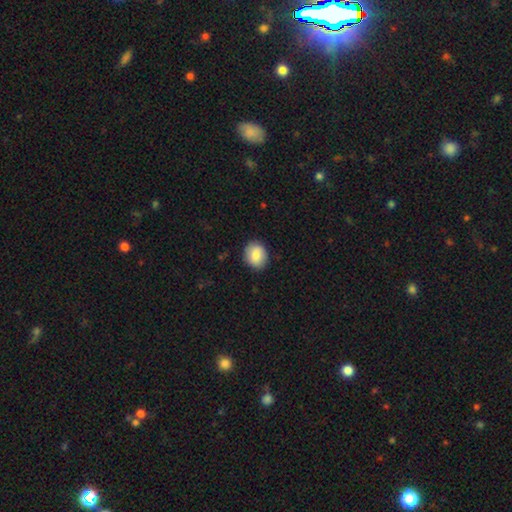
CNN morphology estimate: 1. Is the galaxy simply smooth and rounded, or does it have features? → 85% smooth, 8% featured or disk, 7% star or artifact.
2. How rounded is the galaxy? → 61% round, 38% in between, 1% cigar-shaped.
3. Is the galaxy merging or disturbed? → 87% none, 9% minor disturbance, 2% major disturbance, 1% merger.